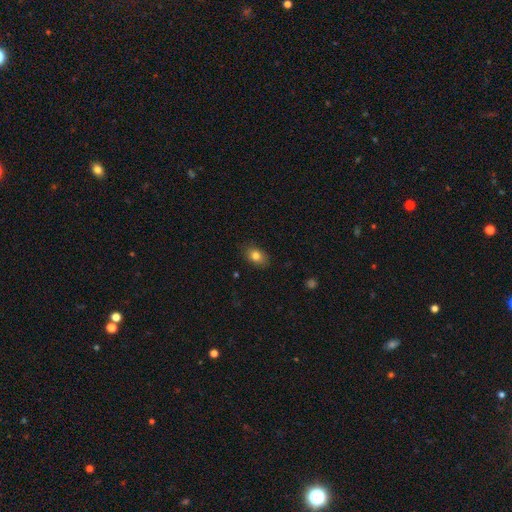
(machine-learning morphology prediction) Q: Smooth or featured?
A: smooth (81%); runner-up: star or artifact (10%)
Q: How rounded?
A: in between (77%); runner-up: round (22%)
Q: Merging?
A: none (85%); runner-up: minor disturbance (12%)